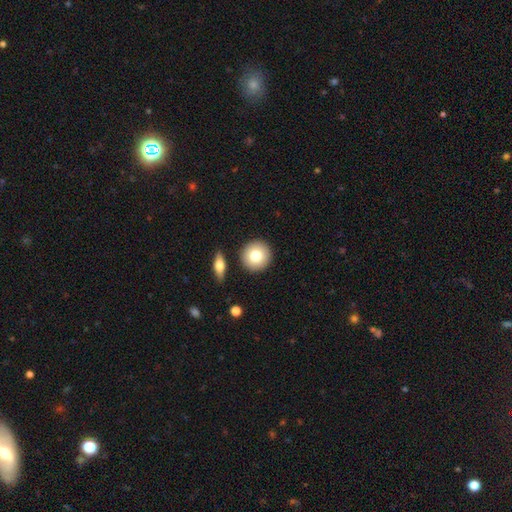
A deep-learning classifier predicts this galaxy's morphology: Smooth or featured? smooth (78%)
How rounded? round (93%)
Merging? none (88%)